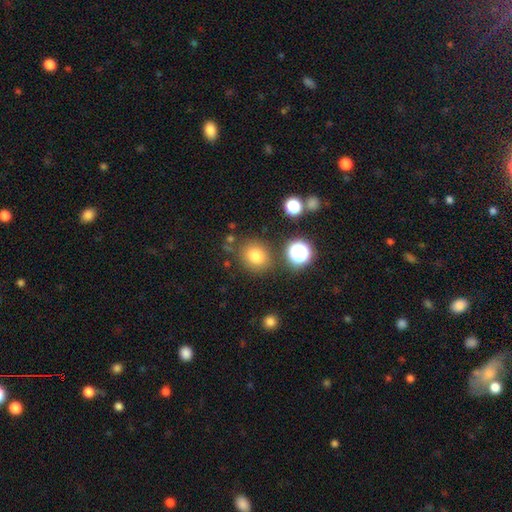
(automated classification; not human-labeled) The model was most divided on "how rounded": round: 76%, in between: 23%, cigar-shaped: 1%. More confident: merging — none (80%); smooth or featured — smooth (78%).